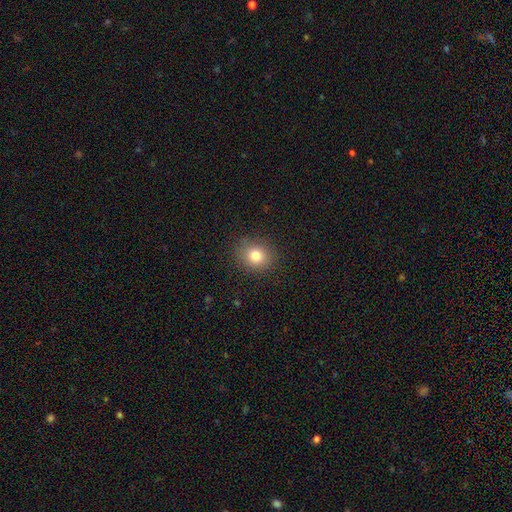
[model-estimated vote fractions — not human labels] A smooth galaxy with no disk features (80%) that is round (73%). Merging: none (88%).